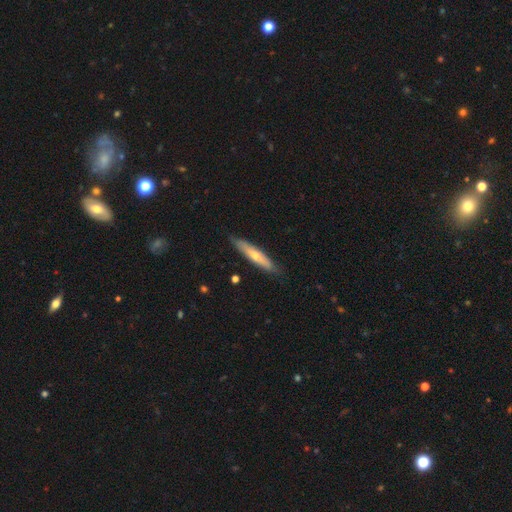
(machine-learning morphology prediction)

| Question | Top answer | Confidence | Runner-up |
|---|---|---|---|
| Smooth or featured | smooth | 53% | featured or disk (42%) |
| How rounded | cigar-shaped | 87% | in between (11%) |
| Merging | none | 85% | minor disturbance (12%) |